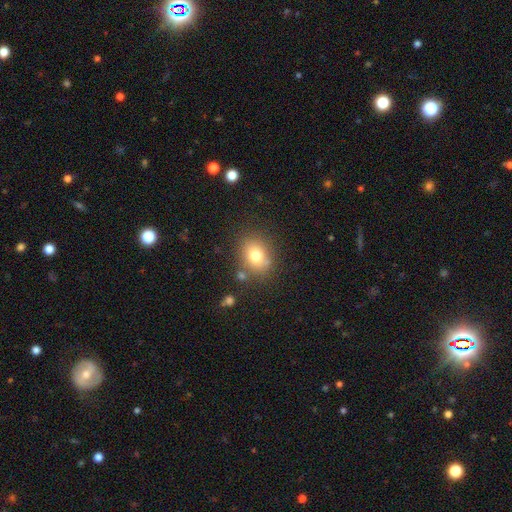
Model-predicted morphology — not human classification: A smooth galaxy with no disk features (76%) that is round (50%).

Vote fractions:
- Smooth or featured? smooth: 76% / featured or disk: 12% / star or artifact: 12%
- How rounded? round: 50% / in between: 49% / cigar-shaped: 1%
- Merging? none: 75% / minor disturbance: 14% / merger: 7% / major disturbance: 4%